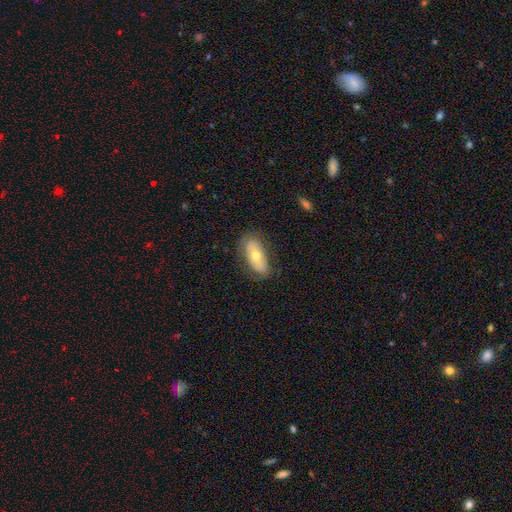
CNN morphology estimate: The model was most divided on "smooth or featured": smooth: 55%, featured or disk: 38%, star or artifact: 7%. More confident: how rounded — in between (85%); merging — none (76%).